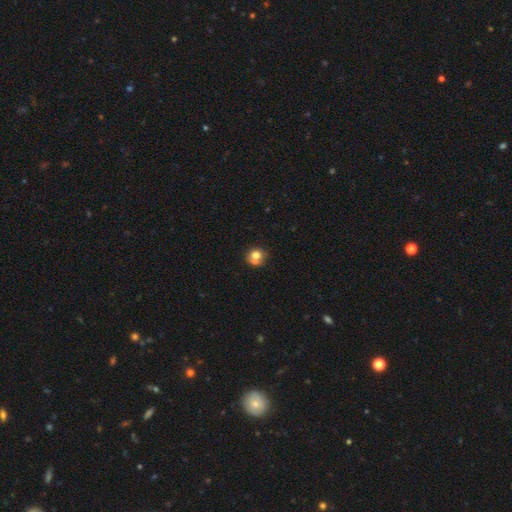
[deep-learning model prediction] Smooth or featured? smooth (75%)
How rounded? round (84%)
Merging? none (56%)